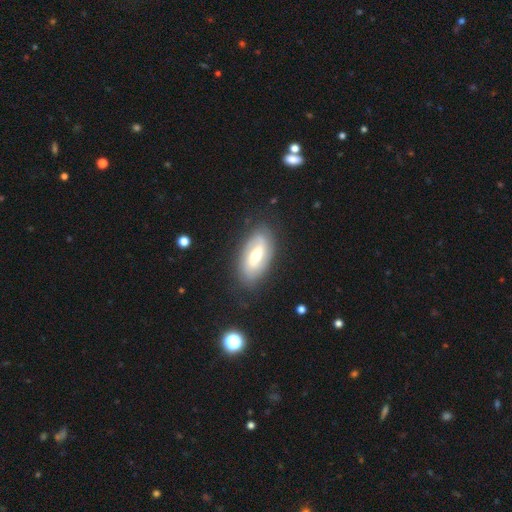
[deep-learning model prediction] Smooth or featured? Predicted: featured or disk (p=0.63). Edge-on disk? Predicted: no (p=0.89). Bar? Predicted: weak (p=0.44). Spiral arms? Predicted: yes (p=0.78). Bulge size? Predicted: moderate (p=0.65). Merging? Predicted: none (p=0.80).